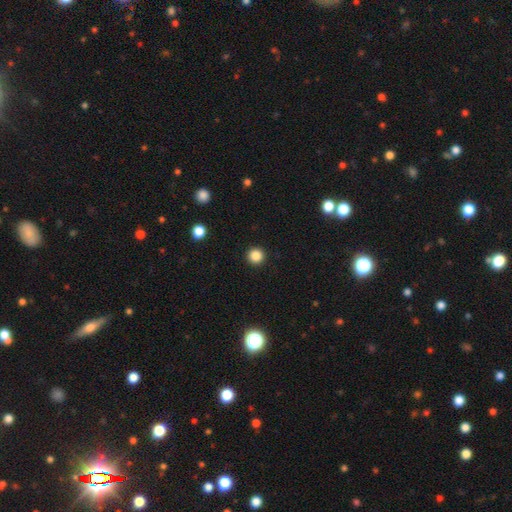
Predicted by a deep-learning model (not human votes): This appears to be a smooth galaxy with no disk features (86%) that is round (96%). Merging: none (93%).